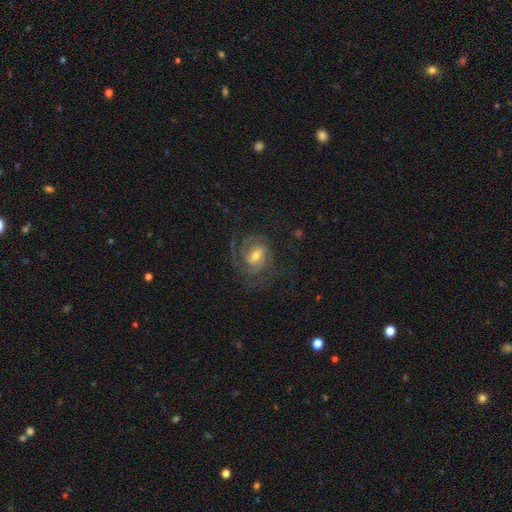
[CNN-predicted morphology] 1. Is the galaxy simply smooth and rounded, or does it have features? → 83% featured or disk, 10% smooth, 7% star or artifact.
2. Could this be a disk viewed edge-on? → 97% no, 3% yes.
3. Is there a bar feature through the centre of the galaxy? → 50% weak, 32% no, 18% strong.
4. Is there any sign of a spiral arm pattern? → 95% yes, 5% no.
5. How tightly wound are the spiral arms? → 51% tight, 38% medium, 11% loose.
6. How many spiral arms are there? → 39% 2, 24% can't tell, 20% 3, 7% 1, 6% 4, 4% more than 4.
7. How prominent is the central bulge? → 56% moderate, 38% small, 4% large, 1% none, 1% dominant.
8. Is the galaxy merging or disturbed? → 67% none, 17% minor disturbance, 15% major disturbance, 1% merger.